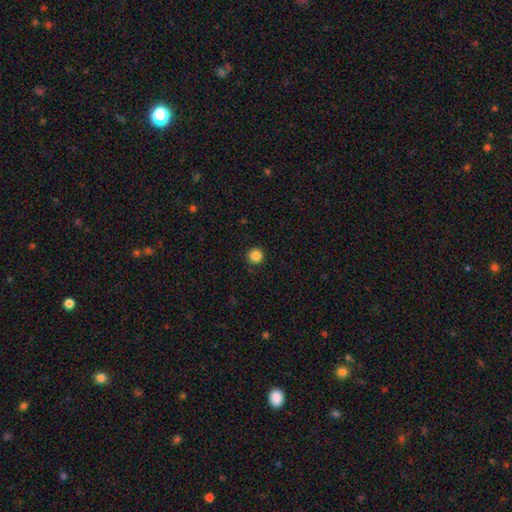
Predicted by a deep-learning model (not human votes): Morphology: type=smooth (86%); roundness=round (96%); merging=none (91%).